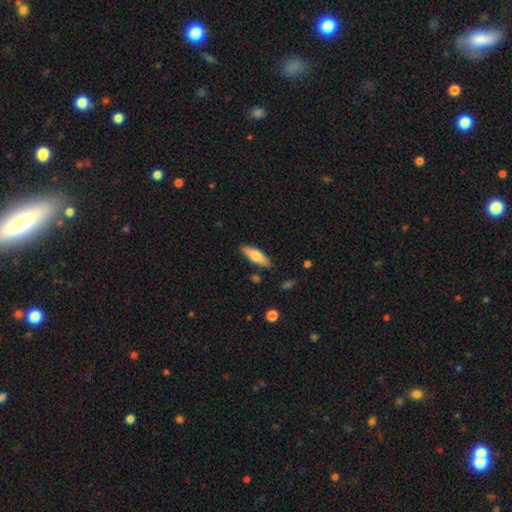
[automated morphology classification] The model was most divided on "how rounded": in between: 52%, cigar-shaped: 46%, round: 2%. More confident: merging — none (86%); smooth or featured — smooth (67%).